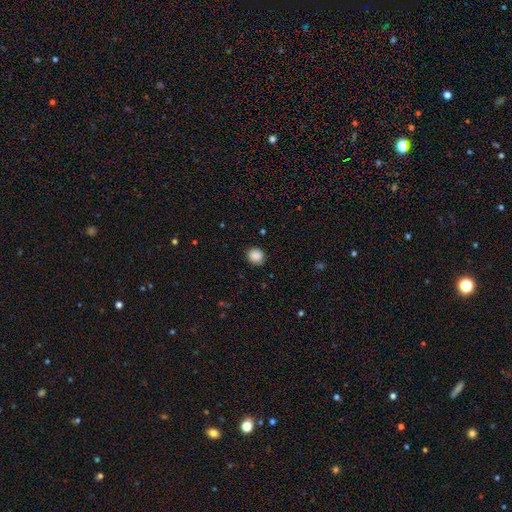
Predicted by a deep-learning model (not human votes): smooth-or-featured: smooth: 88% | star or artifact: 9% | featured or disk: 3%
  how-rounded: round: 82% | in between: 17% | cigar-shaped: 1%
  merging: none: 87% | minor disturbance: 10% | major disturbance: 2% | merger: 1%